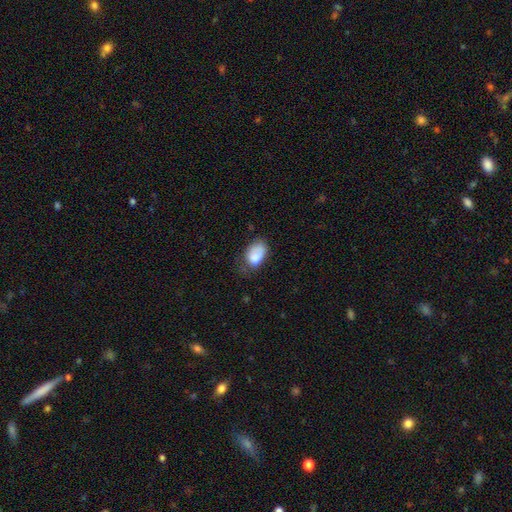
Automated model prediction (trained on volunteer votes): A smooth galaxy with no disk features (81%) that is in between round and cigar-shaped (88%). Merging: none (44%).